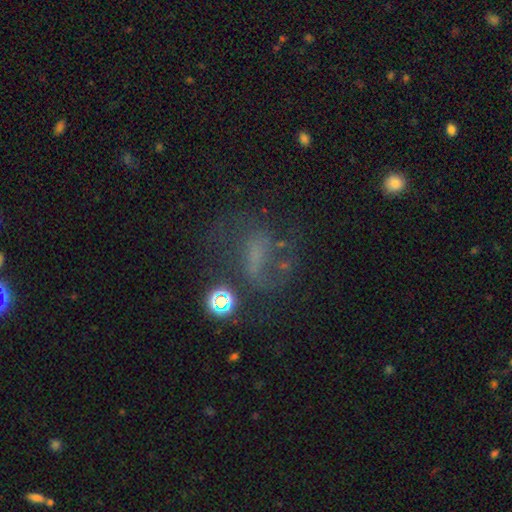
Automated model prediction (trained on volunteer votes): smooth-or-featured: featured or disk: 47% | smooth: 29% | star or artifact: 24%
  merging: none: 46% | major disturbance: 29% | minor disturbance: 19% | merger: 6%